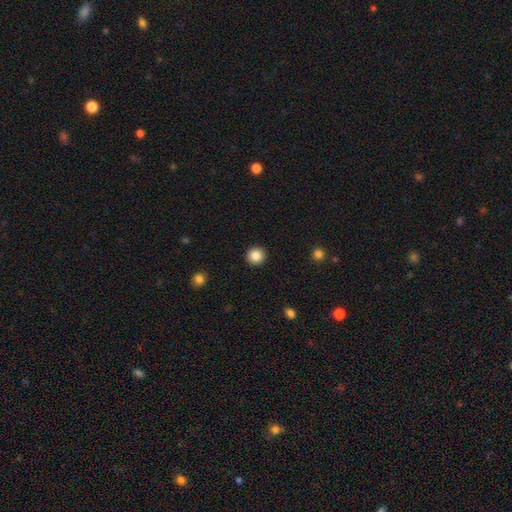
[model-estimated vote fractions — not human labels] smooth 86%, star or artifact 10%, featured or disk 4%. Down the decision tree: how rounded — round (95%); merging — none (93%).